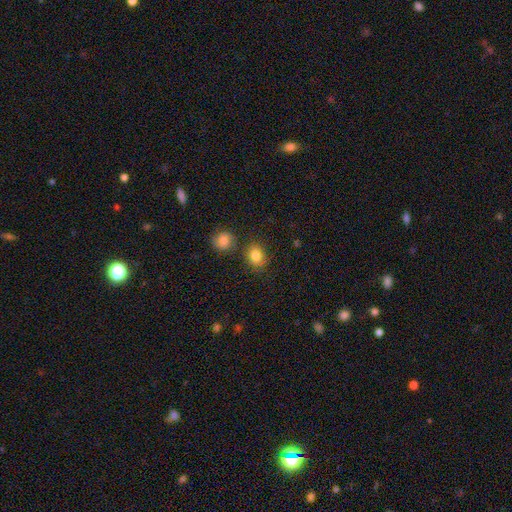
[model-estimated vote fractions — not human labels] smooth 84%, star or artifact 9%, featured or disk 6%. Down the decision tree: how rounded — round (54%); merging — none (78%).